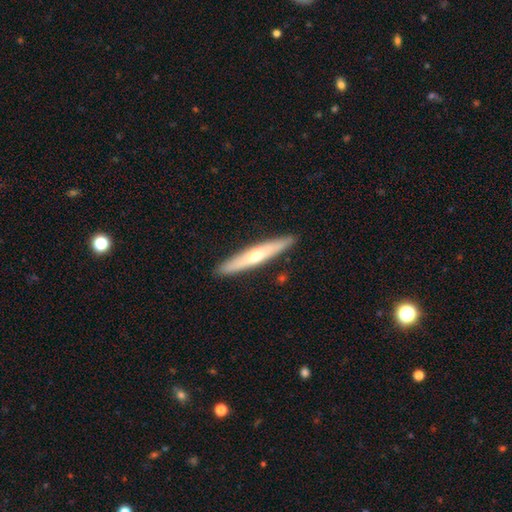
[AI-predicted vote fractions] Morphology: type=featured or disk (50%); merging=none (90%).